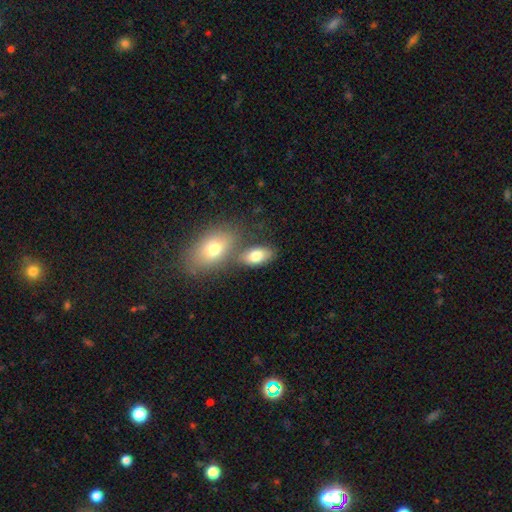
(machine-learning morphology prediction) Smooth or featured: smooth — 78% (featured or disk — 13%)
How rounded: in between — 90% (round — 8%)
Merging: none — 56% (merger — 26%)